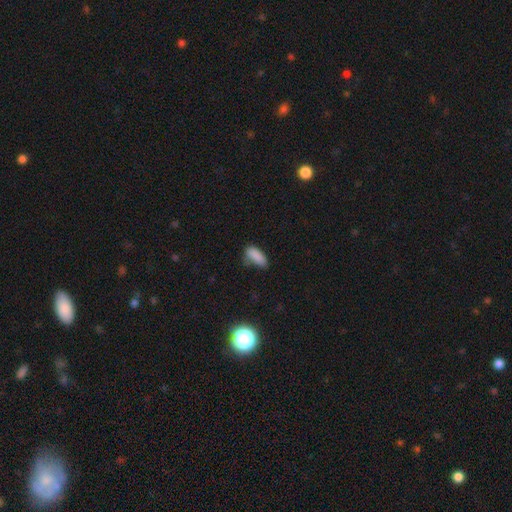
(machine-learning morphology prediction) type=smooth (84%); roundness=in between (76%); merging=none (53%).